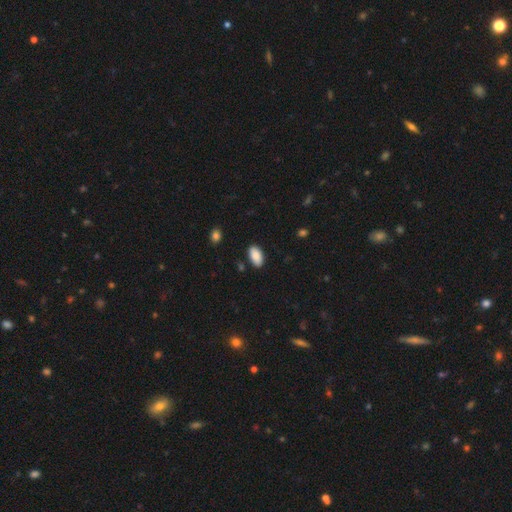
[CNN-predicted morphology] This is clearly a smooth galaxy (89%). How rounded: clearly in between (95%). Merging: clearly none (86%).